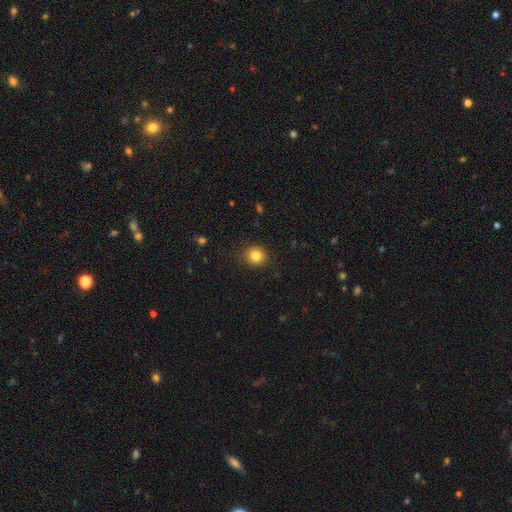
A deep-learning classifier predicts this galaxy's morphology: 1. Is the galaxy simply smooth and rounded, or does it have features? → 83% smooth, 11% star or artifact, 6% featured or disk.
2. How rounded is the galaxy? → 86% round, 13% in between, 1% cigar-shaped.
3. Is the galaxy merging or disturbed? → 89% none, 8% minor disturbance, 2% major disturbance, 1% merger.